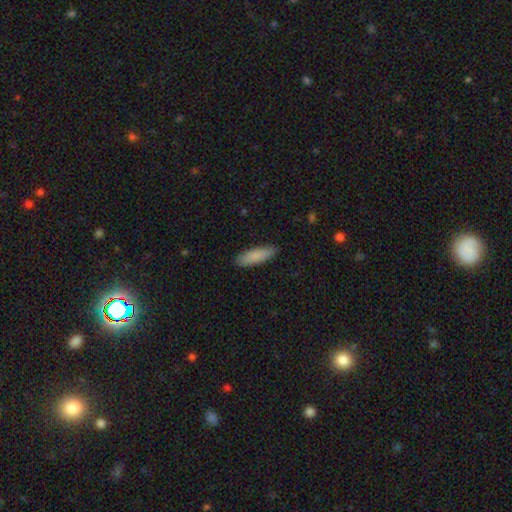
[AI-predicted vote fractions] Morphology: type=smooth (86%); roundness=cigar-shaped (57%); merging=none (87%).